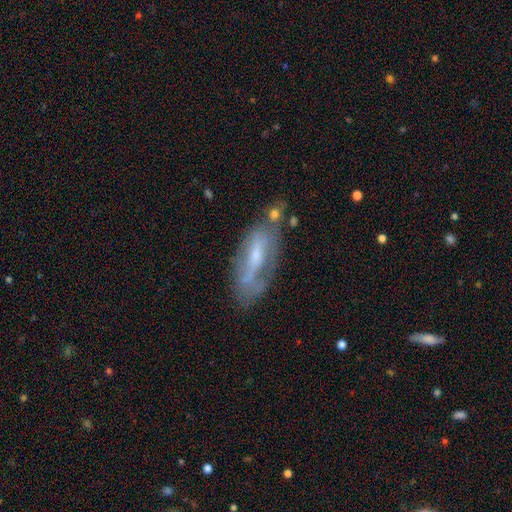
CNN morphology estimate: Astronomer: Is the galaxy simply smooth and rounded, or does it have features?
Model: featured or disk — 59%.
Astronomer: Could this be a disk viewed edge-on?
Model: no — 78%.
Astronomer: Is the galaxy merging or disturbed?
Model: none — 54%.